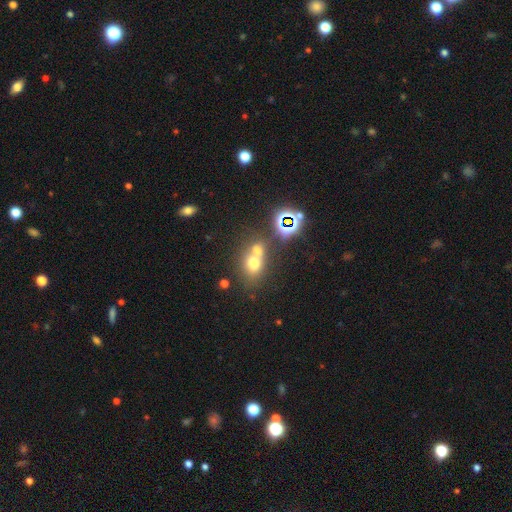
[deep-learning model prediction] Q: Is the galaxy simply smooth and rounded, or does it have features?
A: smooth — 60%.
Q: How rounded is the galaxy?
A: round — 61%.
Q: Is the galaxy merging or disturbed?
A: merger — 52%.